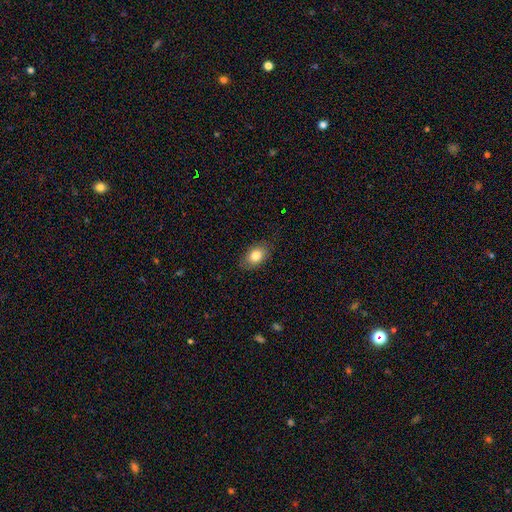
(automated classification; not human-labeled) This is clearly a smooth galaxy (82%). How rounded: clearly in between (83%). Merging: clearly none (83%).